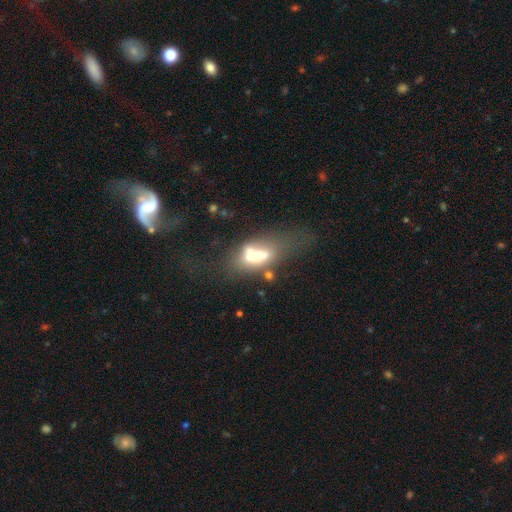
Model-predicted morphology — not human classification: This is possibly a smooth galaxy (46%). Merging: marginally major disturbance (32%).